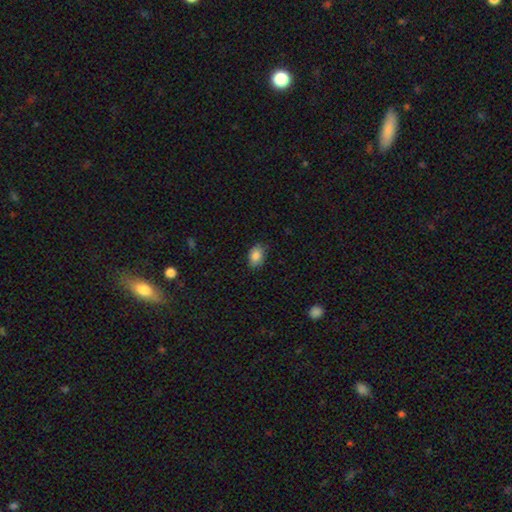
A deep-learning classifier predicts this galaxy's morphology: Smooth or featured? Predicted: smooth (p=0.87). How rounded? Predicted: in between (p=0.82). Merging? Predicted: none (p=0.83).